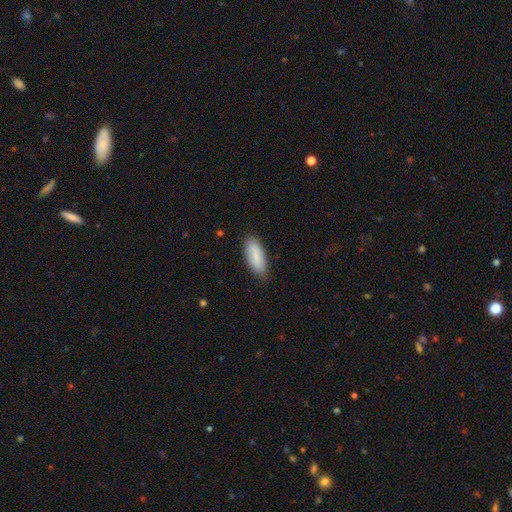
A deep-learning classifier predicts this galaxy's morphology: Smooth or featured?
  - smooth: 85% *
  - featured or disk: 9%
  - star or artifact: 6%
How rounded?
  - in between: 81% *
  - cigar-shaped: 18%
  - round: 2%
Merging?
  - none: 82% *
  - minor disturbance: 14%
  - major disturbance: 3%
  - merger: 1%